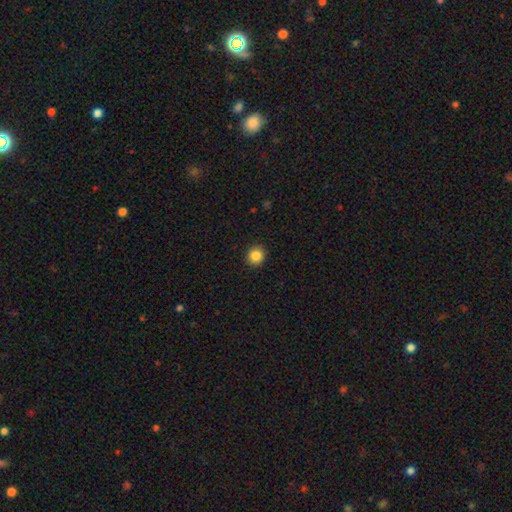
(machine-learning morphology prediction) smooth 86%, star or artifact 10%, featured or disk 4%. Down the decision tree: how rounded — round (86%); merging — none (92%).